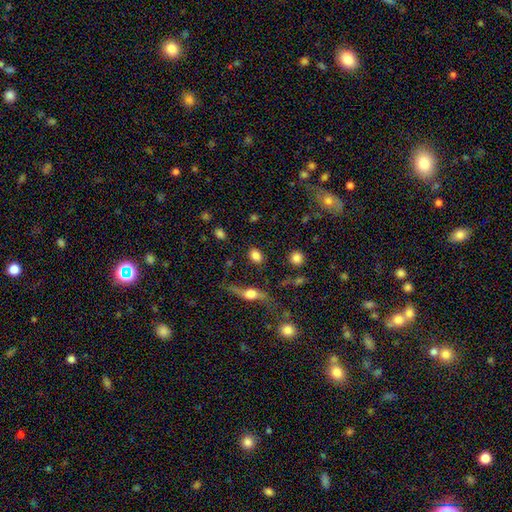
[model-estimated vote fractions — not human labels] smooth_or_featured: smooth (p=0.81) [alt: featured or disk p=0.10]
how_rounded: in between (p=0.71) [alt: round p=0.26]
merging: none (p=0.82) [alt: minor disturbance p=0.10]